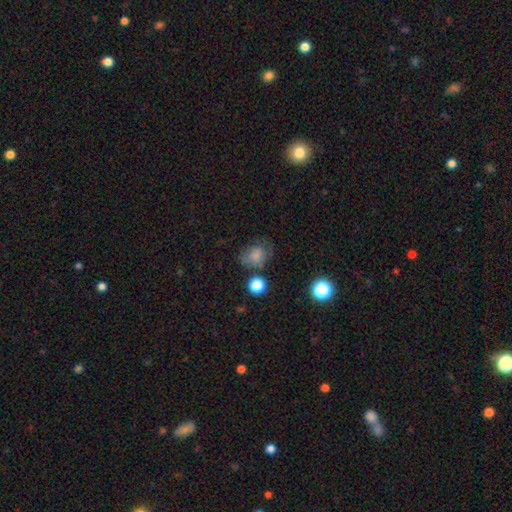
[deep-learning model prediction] Overall: smooth (75%). How rounded: round (50%; in between 49%). Merging: none (51%; minor disturbance 28%).